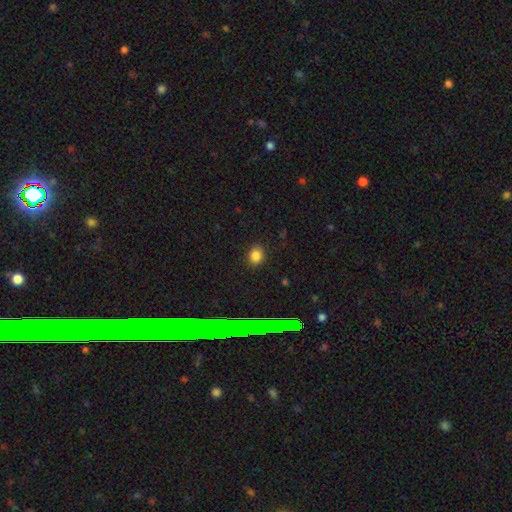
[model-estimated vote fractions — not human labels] The model was most divided on "how rounded": in between: 52%, round: 46%, cigar-shaped: 2%. More confident: merging — none (87%); smooth or featured — smooth (82%).